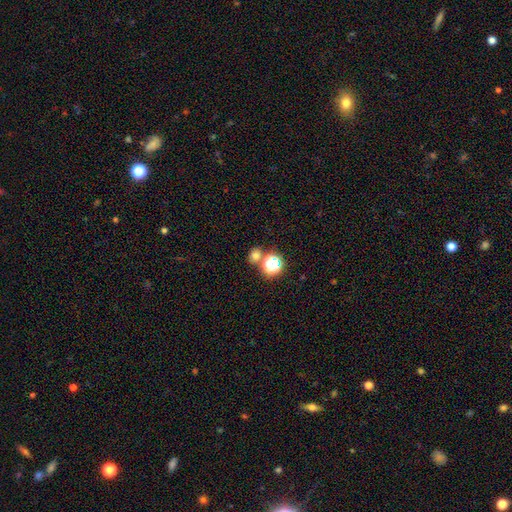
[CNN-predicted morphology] Smooth or featured? smooth (69%)
How rounded? round (74%)
Merging? none (69%)